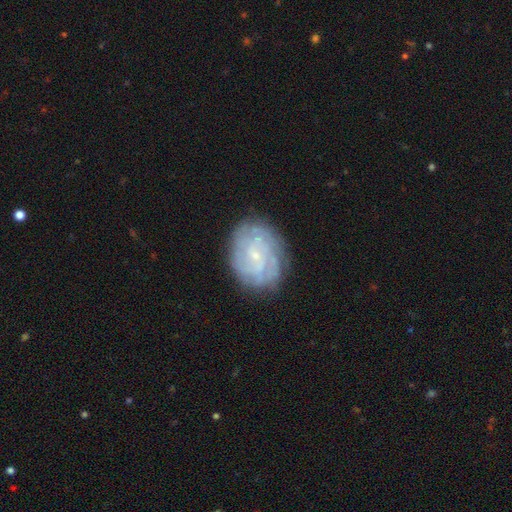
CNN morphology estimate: smooth_or_featured: featured or disk (p=0.73) [alt: smooth p=0.19]
disk_edge_on: no (p=0.97) [alt: yes p=0.03]
bar: no (p=0.60) [alt: weak p=0.34]
has_spiral_arms: yes (p=0.90) [alt: no p=0.10]
spiral_winding: tight (p=0.69) [alt: medium p=0.24]
spiral_arm_count: can't tell (p=0.45) [alt: 4 p=0.16]
bulge_size: small (p=0.79) [alt: moderate p=0.14]
merging: none (p=0.80) [alt: minor disturbance p=0.14]